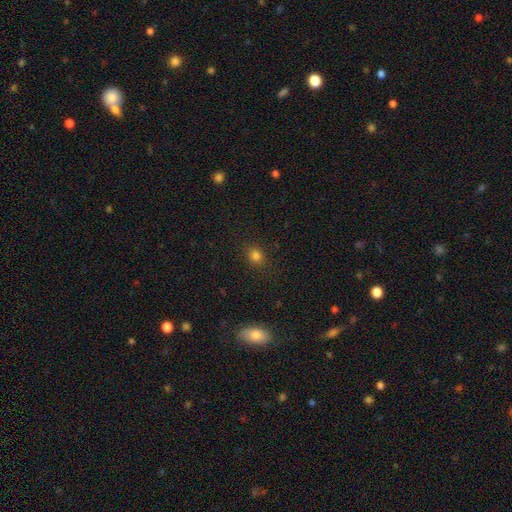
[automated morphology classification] Overall: smooth (80%). How rounded: round (67%; in between 32%). Merging: none (87%).